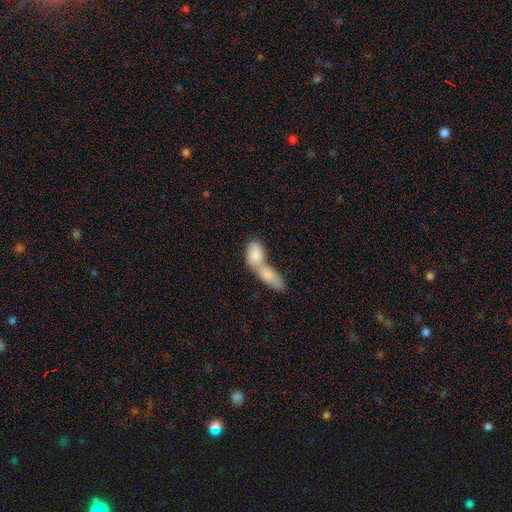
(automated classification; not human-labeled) A smooth galaxy with no disk features (79%) that is in between round and cigar-shaped (81%).

Vote fractions:
- Smooth or featured? smooth: 79% / featured or disk: 15% / star or artifact: 6%
- How rounded? in between: 81% / cigar-shaped: 12% / round: 6%
- Merging? merger: 77% / none: 14% / minor disturbance: 5% / major disturbance: 4%